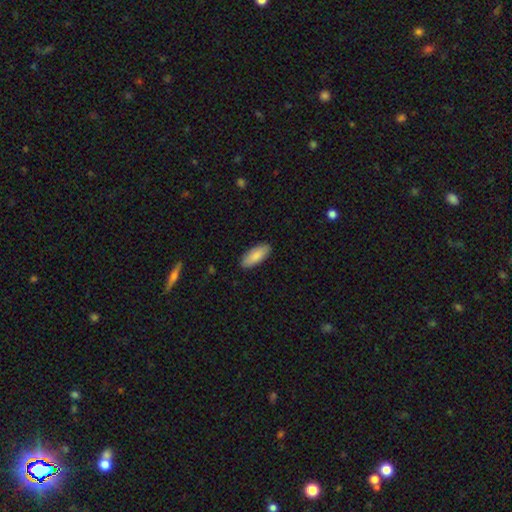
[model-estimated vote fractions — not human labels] This appears to be a smooth galaxy with no disk features (87%) that is in between round and cigar-shaped (80%). Merging: none (88%).